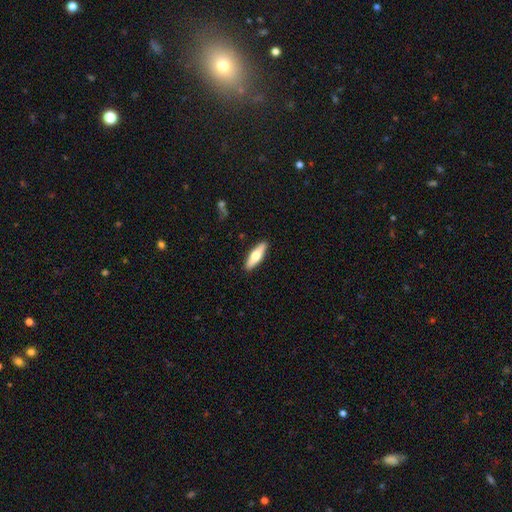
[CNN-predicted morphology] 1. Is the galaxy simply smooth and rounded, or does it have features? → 57% smooth, 37% featured or disk, 5% star or artifact.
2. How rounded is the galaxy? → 59% cigar-shaped, 39% in between, 2% round.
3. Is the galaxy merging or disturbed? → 90% none, 7% minor disturbance, 2% major disturbance, 1% merger.